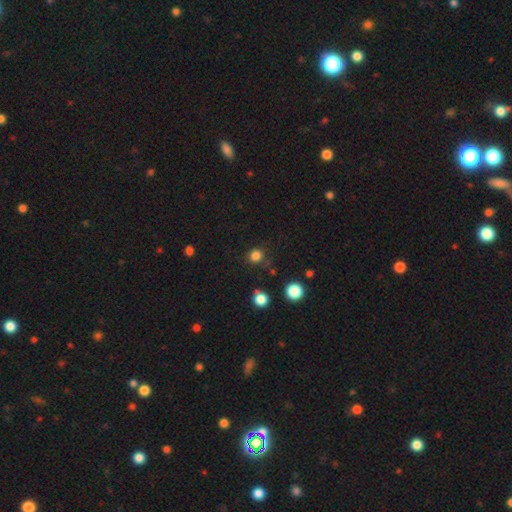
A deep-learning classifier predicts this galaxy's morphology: smooth_or_featured: smooth (p=0.80) [alt: star or artifact p=0.16]
how_rounded: round (p=0.86) [alt: in between p=0.13]
merging: none (p=0.82) [alt: minor disturbance p=0.11]